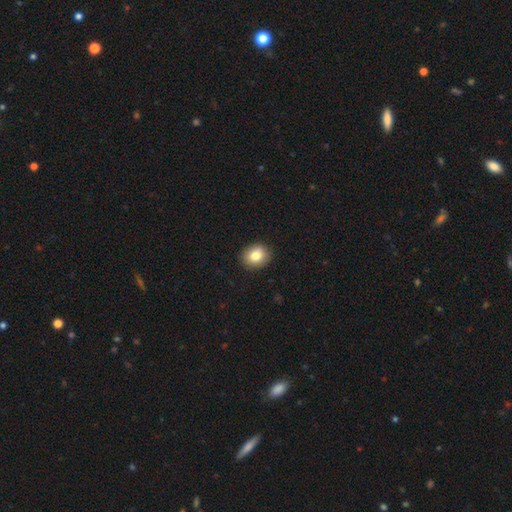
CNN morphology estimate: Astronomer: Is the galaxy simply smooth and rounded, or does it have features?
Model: smooth — 81%.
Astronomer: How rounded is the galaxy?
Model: round — 70%.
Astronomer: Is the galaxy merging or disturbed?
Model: none — 91%.